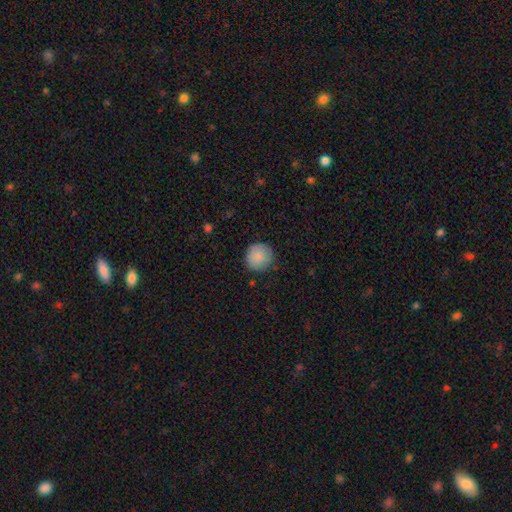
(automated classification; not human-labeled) Smooth or featured? Predicted: smooth (p=0.87). How rounded? Predicted: round (p=0.93). Merging? Predicted: none (p=0.85).